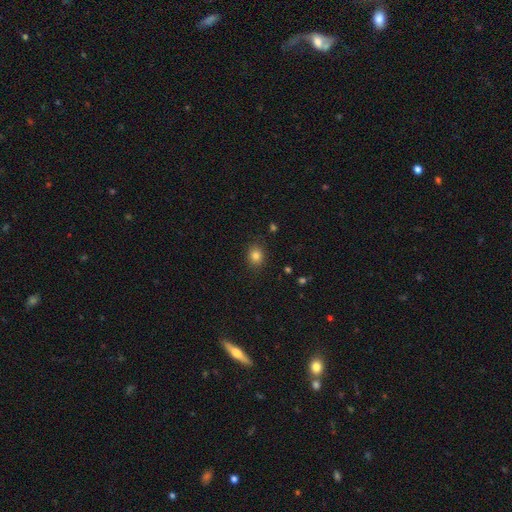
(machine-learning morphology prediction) Overall: smooth (82%). How rounded: round (60%; in between 39%). Merging: none (87%).